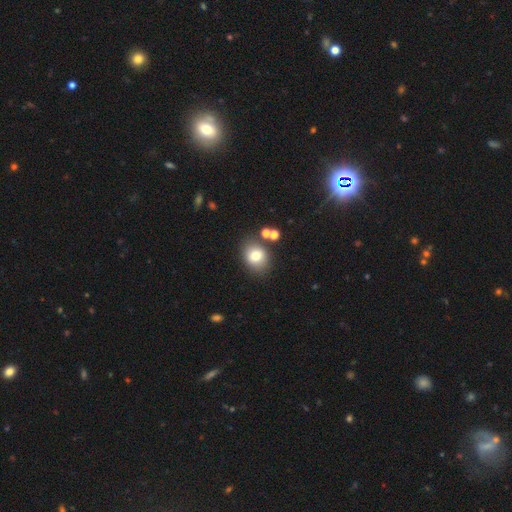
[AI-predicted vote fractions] Overall: smooth (77%). How rounded: round (54%; in between 45%). Merging: none (75%).